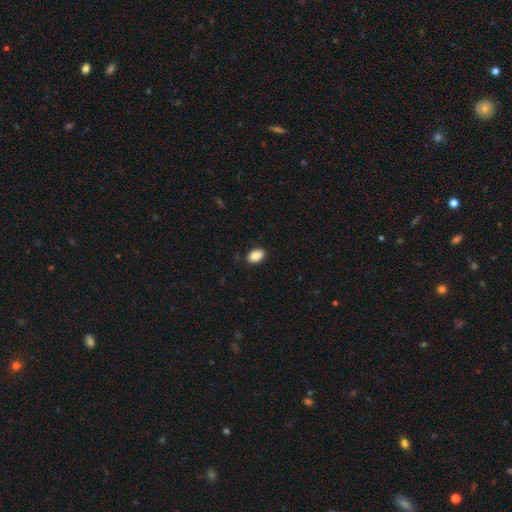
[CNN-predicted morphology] Smooth or featured?
  - smooth: 88% *
  - star or artifact: 7%
  - featured or disk: 5%
How rounded?
  - in between: 90% *
  - round: 8%
  - cigar-shaped: 1%
Merging?
  - none: 87% *
  - minor disturbance: 10%
  - major disturbance: 2%
  - merger: 1%